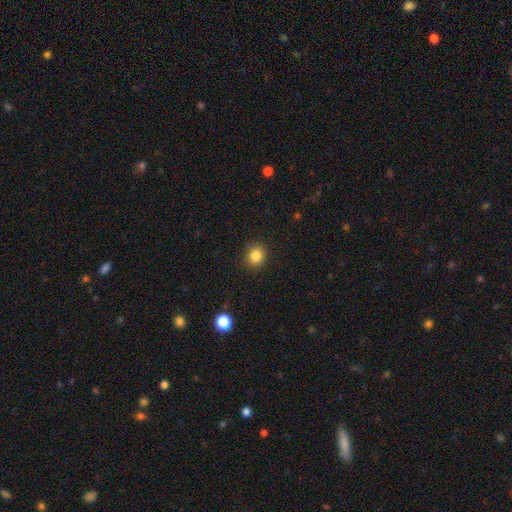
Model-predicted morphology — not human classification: smooth 84%, star or artifact 11%, featured or disk 5%. Down the decision tree: how rounded — round (79%); merging — none (89%).